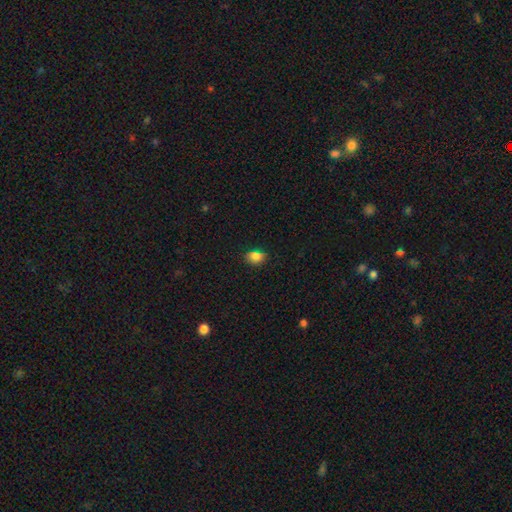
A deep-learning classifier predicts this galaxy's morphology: Smooth or featured? Predicted: smooth (p=0.79). How rounded? Predicted: in between (p=0.68). Merging? Predicted: none (p=0.77).